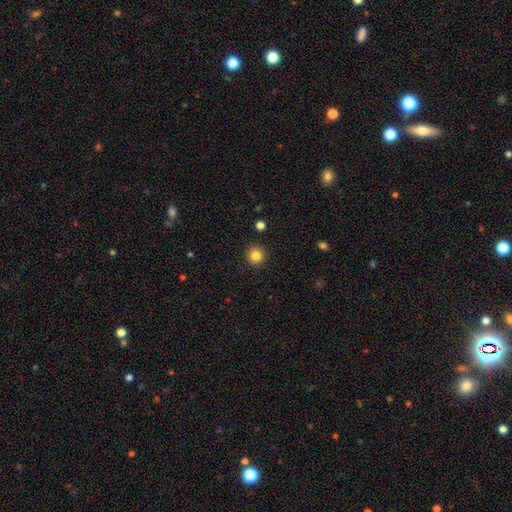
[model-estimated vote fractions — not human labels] This is clearly a smooth galaxy (84%). How rounded: clearly round (93%). Merging: clearly none (92%).